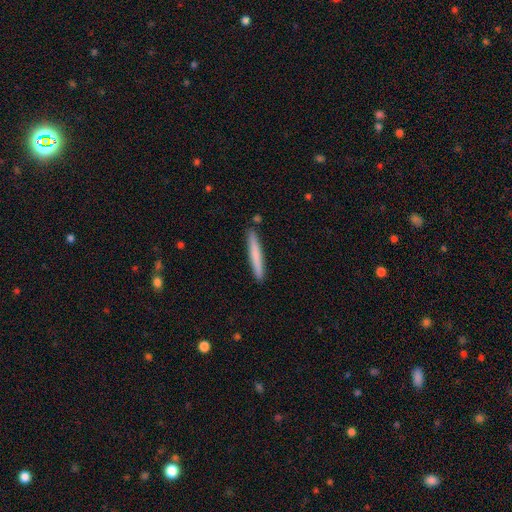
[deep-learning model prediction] Morphology: type=smooth (73%); roundness=cigar-shaped (96%); merging=none (90%).